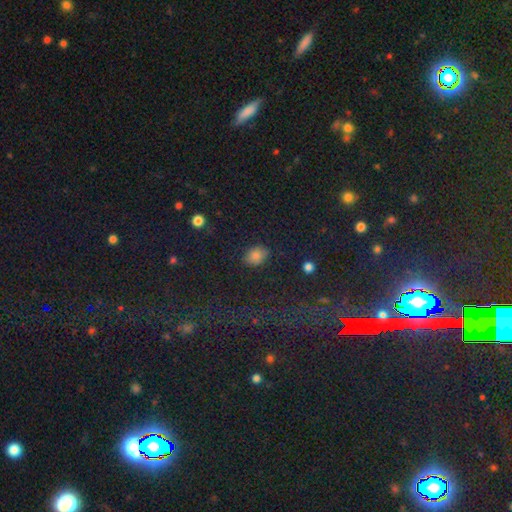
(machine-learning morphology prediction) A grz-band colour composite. It shows a smooth galaxy with no disk features (81%) that is in between round and cigar-shaped (70%). Merging: none (83%).